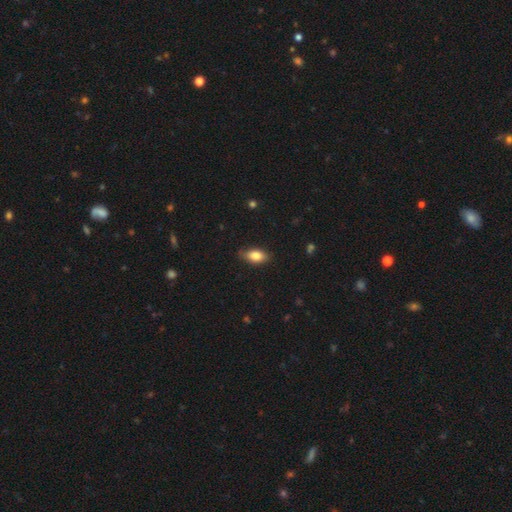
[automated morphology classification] This appears to be a smooth galaxy with no disk features (80%) that is in between round and cigar-shaped (88%). Merging: none (82%).